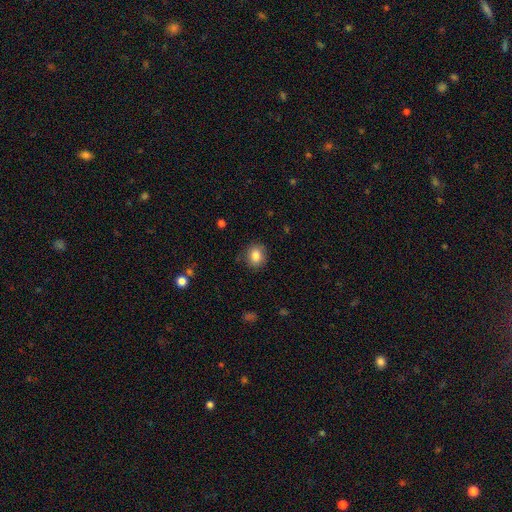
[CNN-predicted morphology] This appears to be a smooth galaxy with no disk features (84%) that is round (73%). Merging: none (87%).